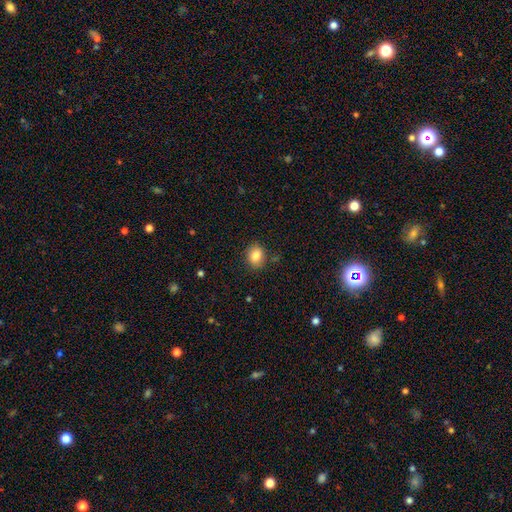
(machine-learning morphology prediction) This is clearly a smooth galaxy (84%). How rounded: possibly round (56%). Merging: clearly none (85%).